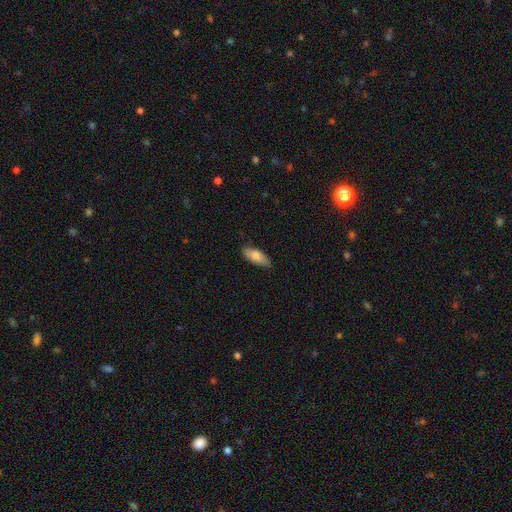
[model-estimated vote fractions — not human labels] smooth-or-featured: smooth: 78% | featured or disk: 16% | star or artifact: 6%
  how-rounded: in between: 78% | cigar-shaped: 20% | round: 2%
  merging: none: 79% | minor disturbance: 17% | major disturbance: 2% | merger: 1%